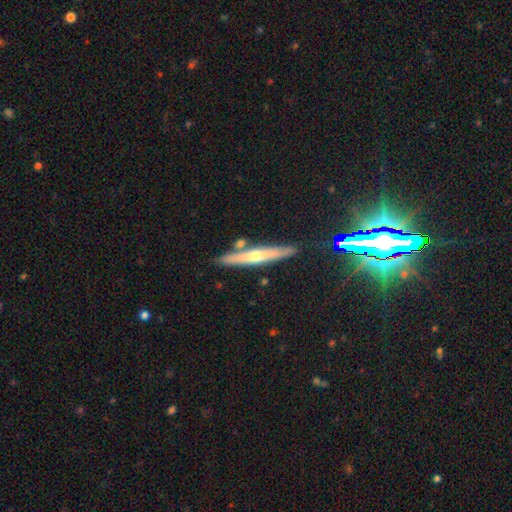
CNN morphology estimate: type=featured or disk (58%); edge-on=yes (94%); edge-on bulge=rounded (81%); merging=none (82%).